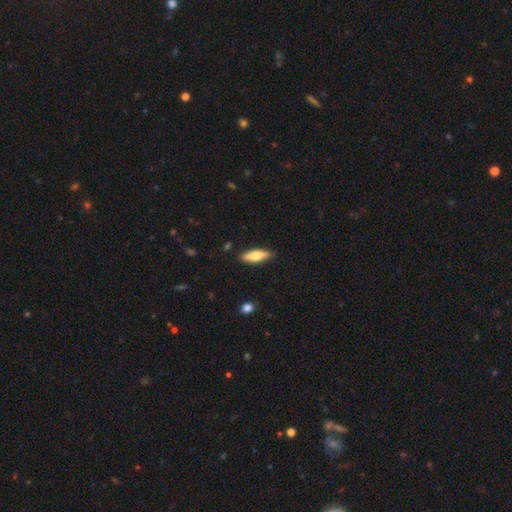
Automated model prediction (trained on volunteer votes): Q: Smooth or featured?
A: smooth (67%); runner-up: featured or disk (27%)
Q: How rounded?
A: in between (55%); runner-up: cigar-shaped (43%)
Q: Merging?
A: none (87%); runner-up: minor disturbance (10%)